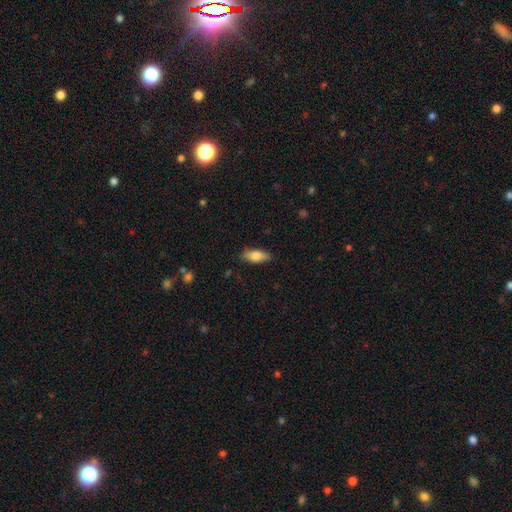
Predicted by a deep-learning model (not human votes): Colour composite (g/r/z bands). It shows a smooth galaxy with no disk features (77%) that is in between round and cigar-shaped (75%). Merging: none (84%).